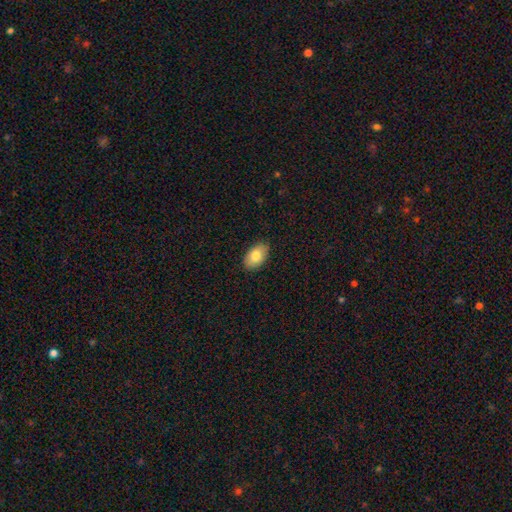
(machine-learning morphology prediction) Smooth or featured?
  - smooth: 80% *
  - featured or disk: 14%
  - star or artifact: 7%
How rounded?
  - in between: 93% *
  - round: 6%
  - cigar-shaped: 1%
Merging?
  - none: 87% *
  - minor disturbance: 10%
  - major disturbance: 2%
  - merger: 1%